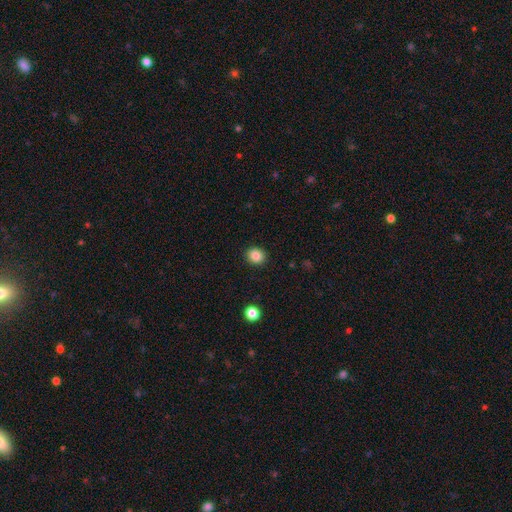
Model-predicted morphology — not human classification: Smooth or featured? smooth (86%)
How rounded? round (74%)
Merging? none (91%)